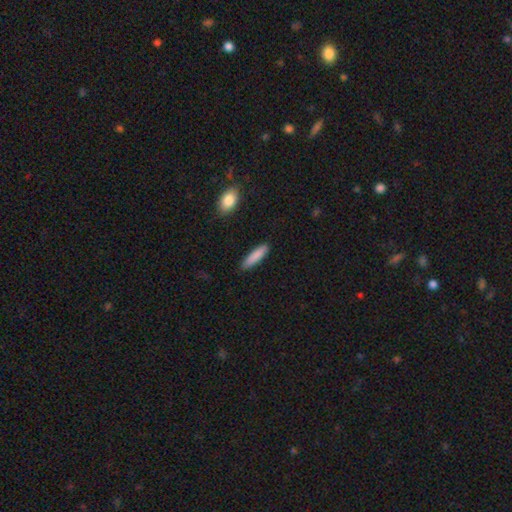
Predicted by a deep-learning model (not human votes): A smooth galaxy with no disk features (86%) that is cigar-shaped (76%). Merging: none (89%).